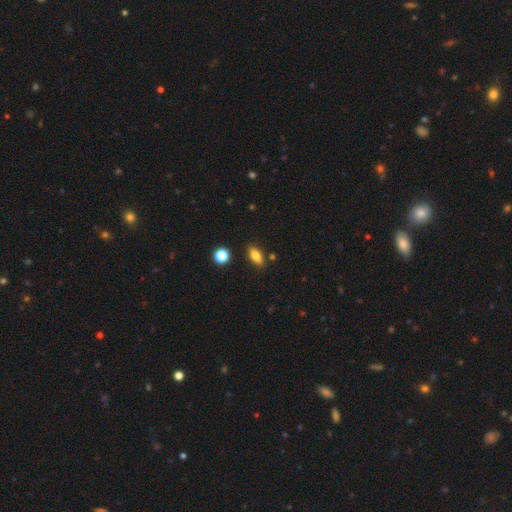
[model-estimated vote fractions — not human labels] Smooth or featured: smooth — 81% (featured or disk — 10%)
How rounded: in between — 83% (cigar-shaped — 10%)
Merging: none — 84% (minor disturbance — 11%)